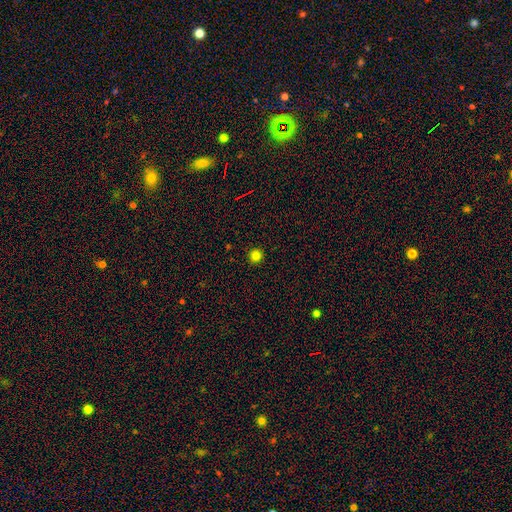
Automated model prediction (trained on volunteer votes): The model was most divided on "smooth or featured": smooth: 81%, star or artifact: 14%, featured or disk: 5%. More confident: how rounded — round (95%); merging — none (93%).